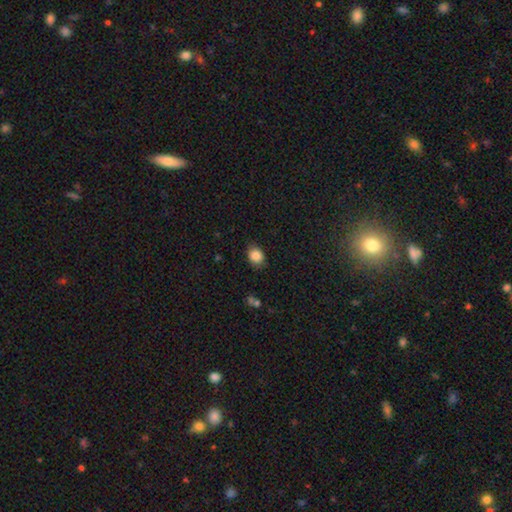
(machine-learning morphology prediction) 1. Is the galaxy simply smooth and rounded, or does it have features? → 86% smooth, 10% star or artifact, 5% featured or disk.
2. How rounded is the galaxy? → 51% round, 48% in between, 1% cigar-shaped.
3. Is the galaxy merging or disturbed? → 82% none, 14% minor disturbance, 3% major disturbance, 1% merger.